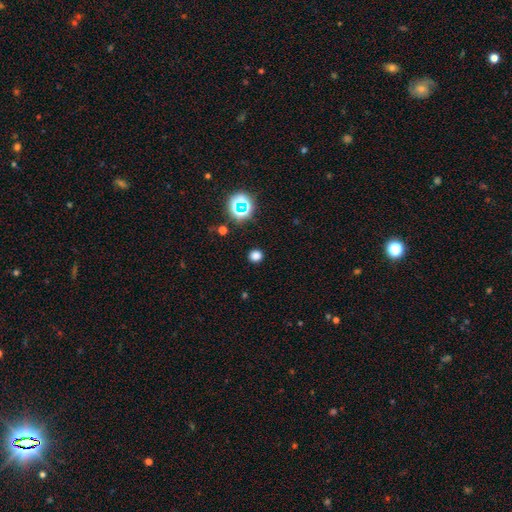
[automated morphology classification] type=smooth (75%); roundness=round (85%); merging=none (90%).